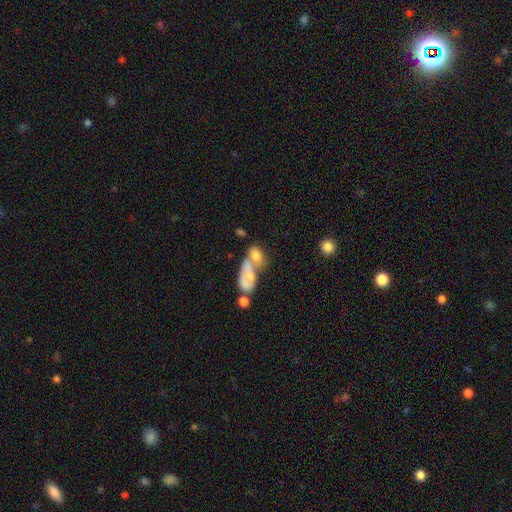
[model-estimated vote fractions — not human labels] Smooth or featured: smooth — 65% (featured or disk — 26%)
How rounded: in between — 81% (round — 14%)
Merging: merger — 64% (none — 19%)